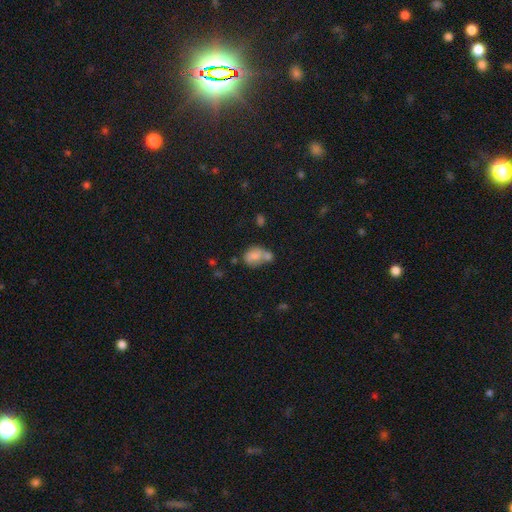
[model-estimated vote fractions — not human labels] Q: Smooth or featured?
A: smooth (74%); runner-up: featured or disk (17%)
Q: How rounded?
A: in between (64%); runner-up: round (35%)
Q: Merging?
A: merger (50%); runner-up: none (28%)